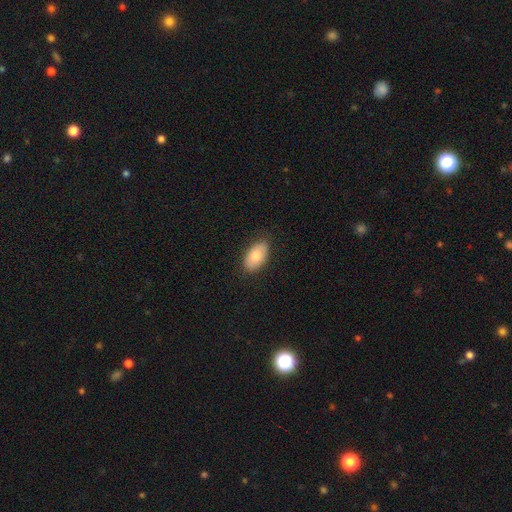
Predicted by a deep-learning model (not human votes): Smooth or featured?
  - smooth: 77% *
  - featured or disk: 17%
  - star or artifact: 6%
How rounded?
  - in between: 94% *
  - round: 5%
  - cigar-shaped: 2%
Merging?
  - none: 84% *
  - minor disturbance: 13%
  - major disturbance: 2%
  - merger: 1%